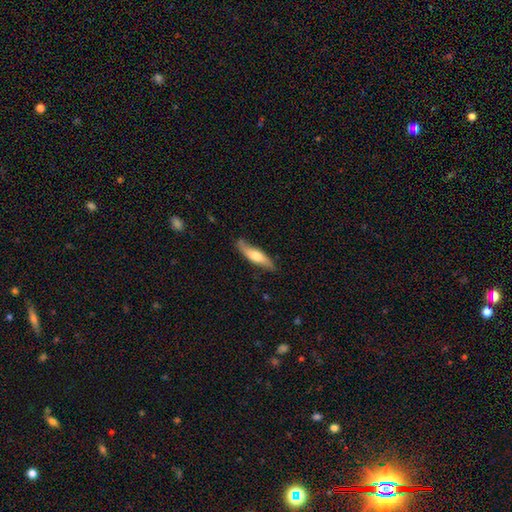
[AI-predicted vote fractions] Smooth or featured: smooth — 51% (featured or disk — 44%)
How rounded: cigar-shaped — 68% (in between — 29%)
Merging: none — 73% (minor disturbance — 21%)